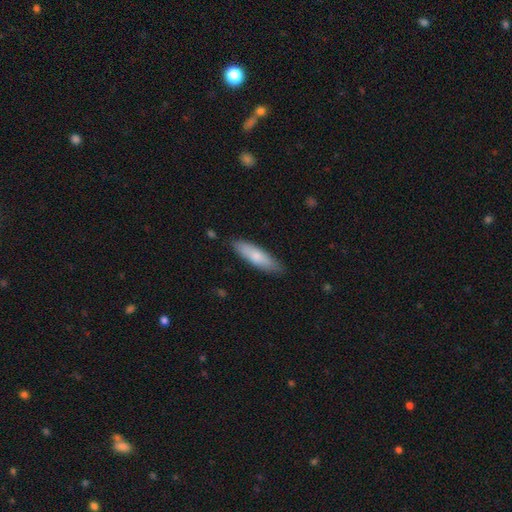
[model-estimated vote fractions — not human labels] Smooth or featured?
  - smooth: 76% *
  - featured or disk: 19%
  - star or artifact: 5%
How rounded?
  - cigar-shaped: 66% *
  - in between: 32%
  - round: 2%
Merging?
  - none: 84% *
  - minor disturbance: 12%
  - major disturbance: 2%
  - merger: 1%